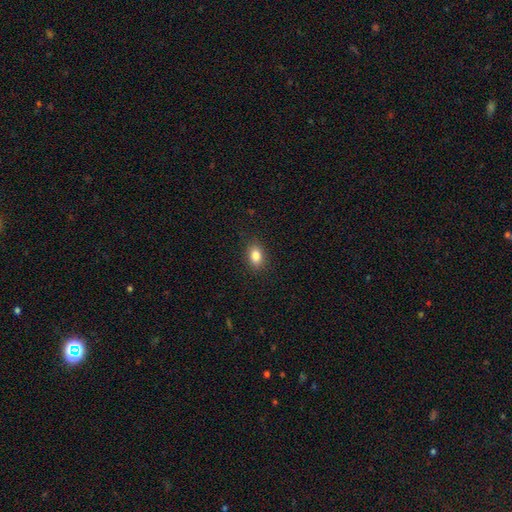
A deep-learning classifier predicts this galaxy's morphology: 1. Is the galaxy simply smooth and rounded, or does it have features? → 84% smooth, 9% star or artifact, 7% featured or disk.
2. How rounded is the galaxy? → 80% in between, 18% round, 2% cigar-shaped.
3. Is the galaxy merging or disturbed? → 88% none, 9% minor disturbance, 2% major disturbance, 1% merger.